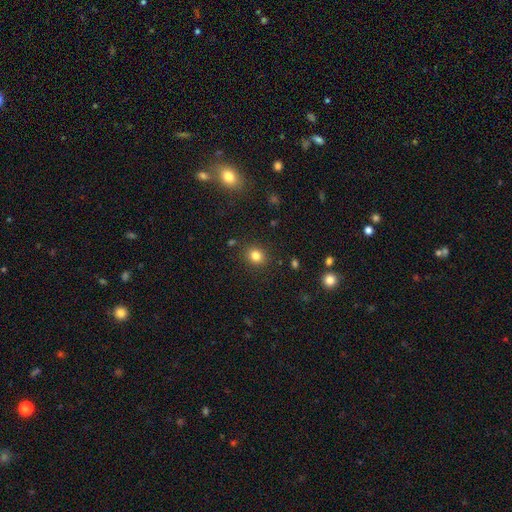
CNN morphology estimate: smooth 82%, star or artifact 12%, featured or disk 6%. Down the decision tree: how rounded — round (76%); merging — none (88%).